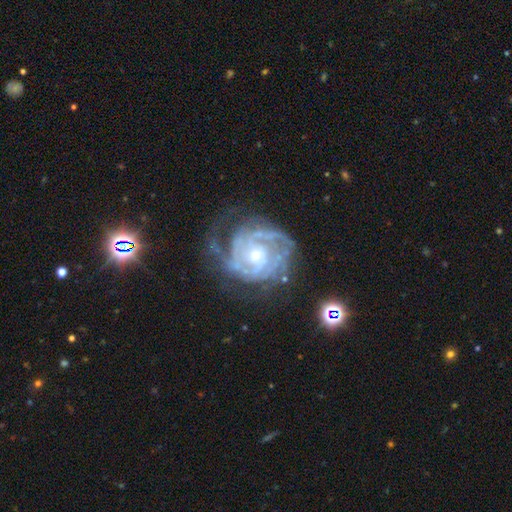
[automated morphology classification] type=featured or disk (89%); edge-on=no (98%); bar=no (66%); spiral arms=yes (95%); winding=tight (66%); arm count=can't tell (33%); bulge=small (50%); merging=none (56%).